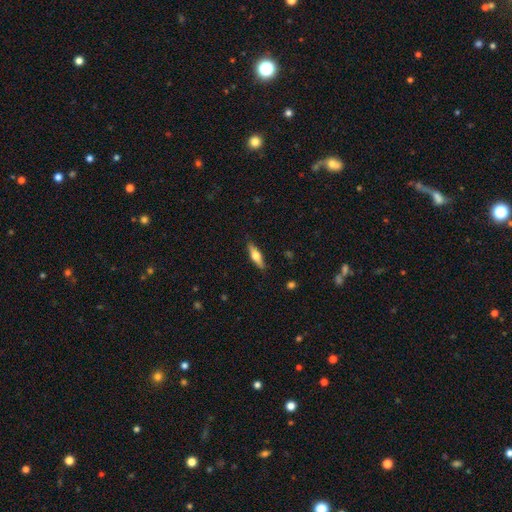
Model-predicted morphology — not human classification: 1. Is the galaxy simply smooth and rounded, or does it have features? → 50% featured or disk, 44% smooth, 6% star or artifact.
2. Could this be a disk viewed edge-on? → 92% yes, 8% no.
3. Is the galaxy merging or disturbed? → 88% none, 9% minor disturbance, 2% major disturbance, 1% merger.